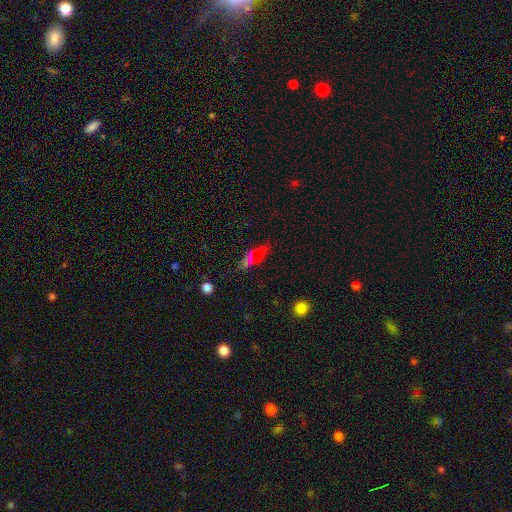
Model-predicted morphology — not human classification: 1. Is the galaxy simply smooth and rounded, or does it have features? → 61% smooth, 24% star or artifact, 14% featured or disk.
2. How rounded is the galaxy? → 59% in between, 33% cigar-shaped, 7% round.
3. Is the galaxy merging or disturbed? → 78% none, 14% minor disturbance, 5% major disturbance, 4% merger.